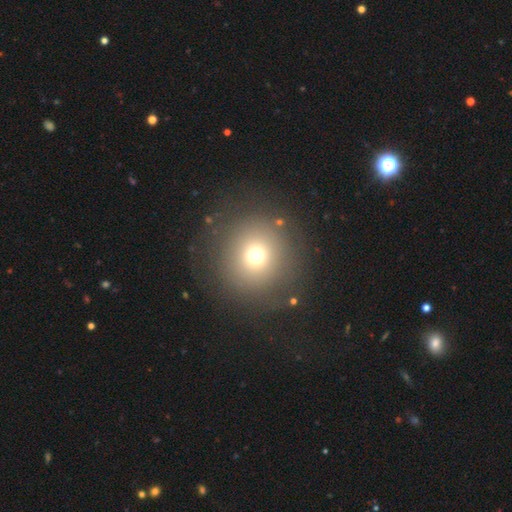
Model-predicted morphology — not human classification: This appears to be a smooth galaxy with no disk features (70%) that is round (94%). Merging: none (83%).